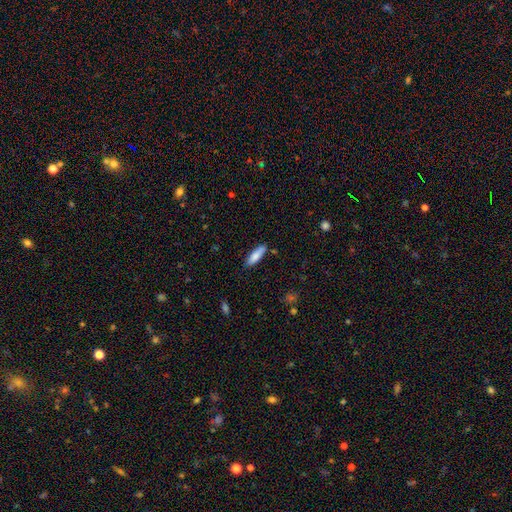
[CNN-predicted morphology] Smooth or featured: smooth — 80% (featured or disk — 14%)
How rounded: cigar-shaped — 54% (in between — 45%)
Merging: none — 82% (minor disturbance — 13%)